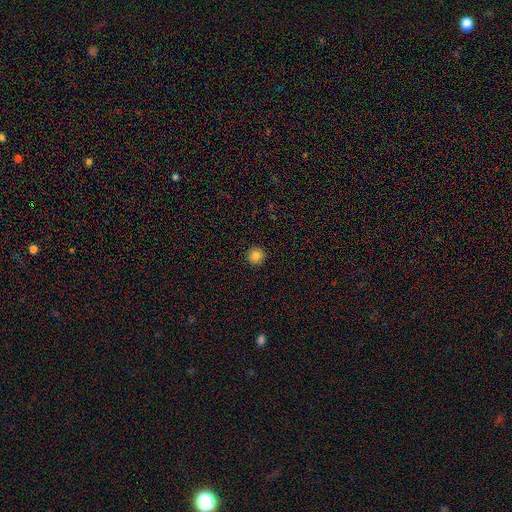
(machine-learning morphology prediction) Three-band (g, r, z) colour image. It shows a smooth galaxy with no disk features (84%) that is round (95%). Merging: none (92%).